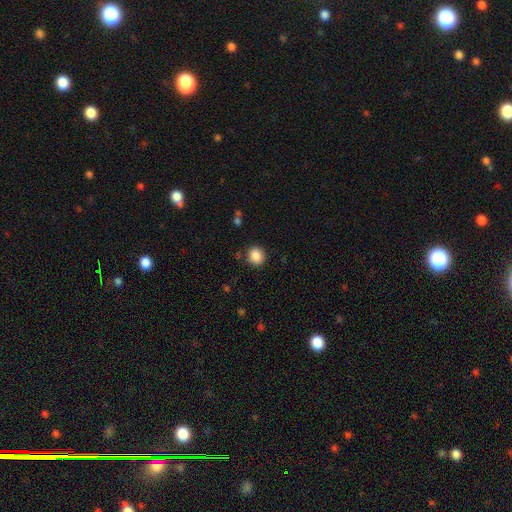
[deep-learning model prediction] smooth_or_featured: smooth (p=0.87) [alt: star or artifact p=0.09]
how_rounded: round (p=0.85) [alt: in between p=0.14]
merging: none (p=0.88) [alt: minor disturbance p=0.08]